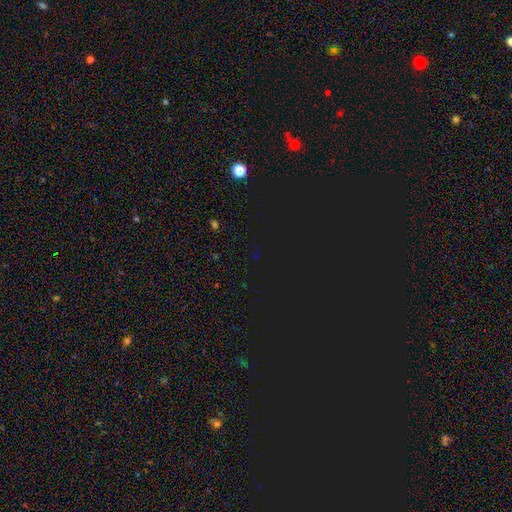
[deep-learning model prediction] star or artifact 78%, smooth 16%, featured or disk 6%.